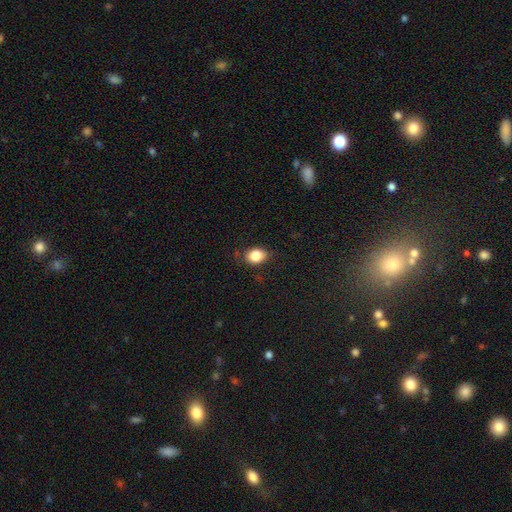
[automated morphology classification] A smooth galaxy with no disk features (84%) that is in between round and cigar-shaped (66%). Merging: none (79%).